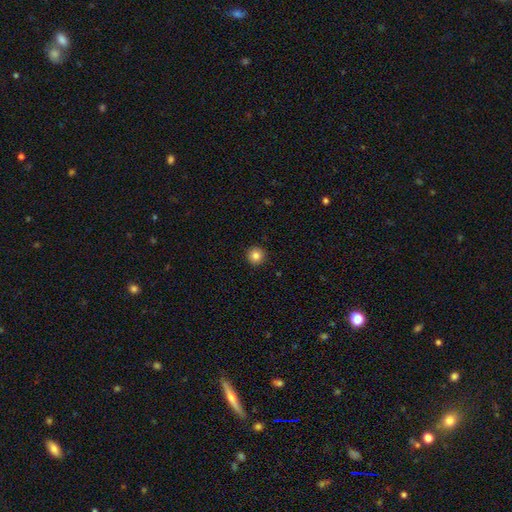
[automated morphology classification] A smooth galaxy with no disk features (84%) that is round (95%).

Vote fractions:
- Smooth or featured? smooth: 84% / star or artifact: 10% / featured or disk: 6%
- How rounded? round: 95% / in between: 4% / cigar-shaped: 1%
- Merging? none: 93% / minor disturbance: 5% / major disturbance: 1% / merger: 1%